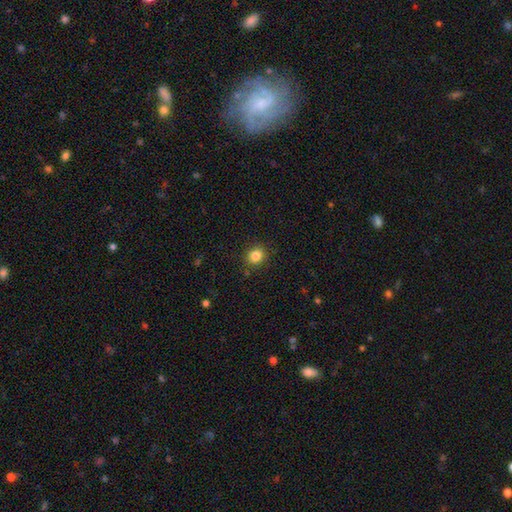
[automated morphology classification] Smooth or featured? smooth (84%)
How rounded? round (75%)
Merging? none (88%)